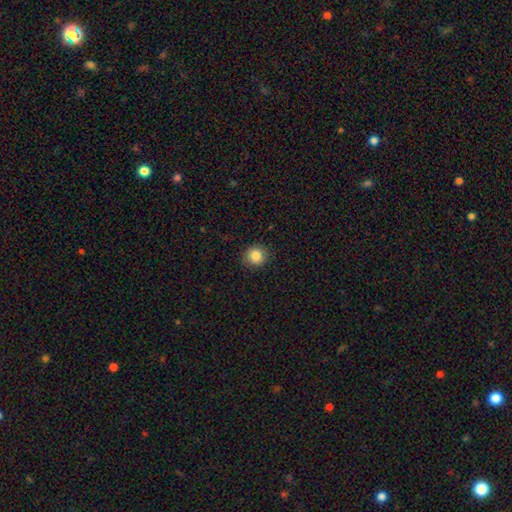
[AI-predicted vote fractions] smooth 85%, star or artifact 10%, featured or disk 5%. Down the decision tree: how rounded — round (88%); merging — none (91%).